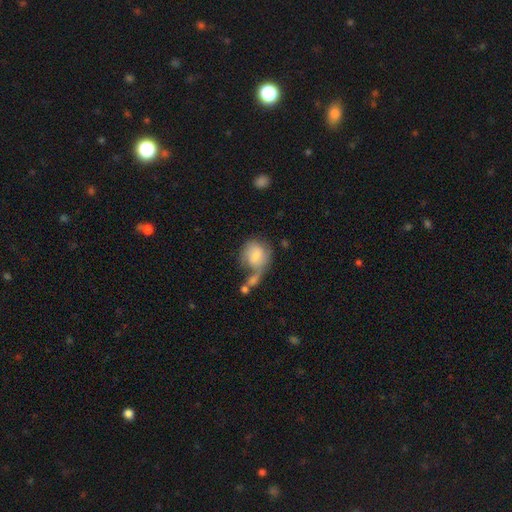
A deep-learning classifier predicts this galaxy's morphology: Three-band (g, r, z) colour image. It shows a smooth galaxy with no disk features (70%) that is round (68%). Merging: merger (34%).